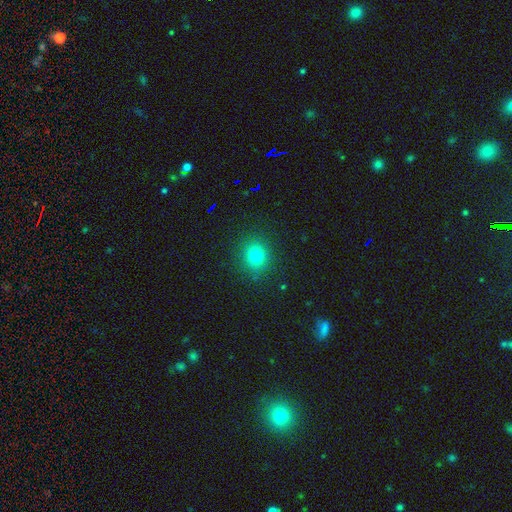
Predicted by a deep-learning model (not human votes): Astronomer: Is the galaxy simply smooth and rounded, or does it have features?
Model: smooth — 77%.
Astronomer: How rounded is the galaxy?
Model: round — 80%.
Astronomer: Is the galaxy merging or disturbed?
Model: none — 88%.